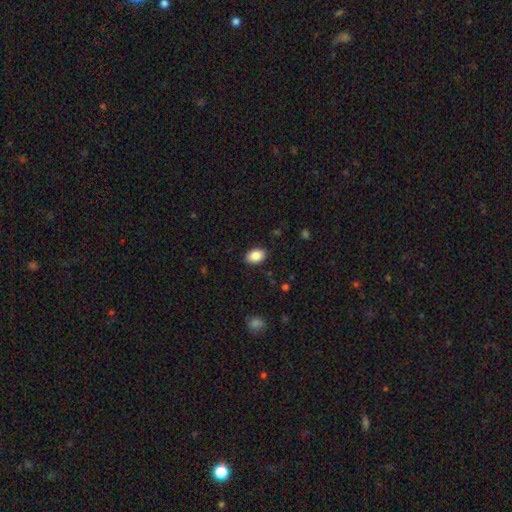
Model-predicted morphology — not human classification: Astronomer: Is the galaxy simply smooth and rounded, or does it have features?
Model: smooth — 88%.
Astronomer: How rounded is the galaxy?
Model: in between — 86%.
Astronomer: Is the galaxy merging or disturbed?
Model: none — 88%.